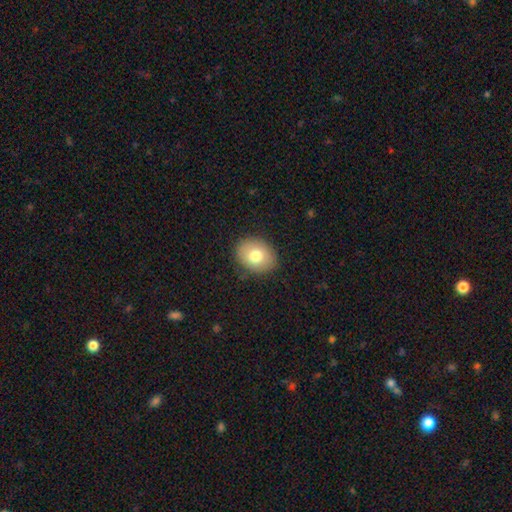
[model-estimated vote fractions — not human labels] smooth-or-featured: smooth: 77% | featured or disk: 15% | star or artifact: 9%
  how-rounded: in between: 57% | round: 42% | cigar-shaped: 1%
  merging: none: 86% | minor disturbance: 10% | major disturbance: 3% | merger: 1%